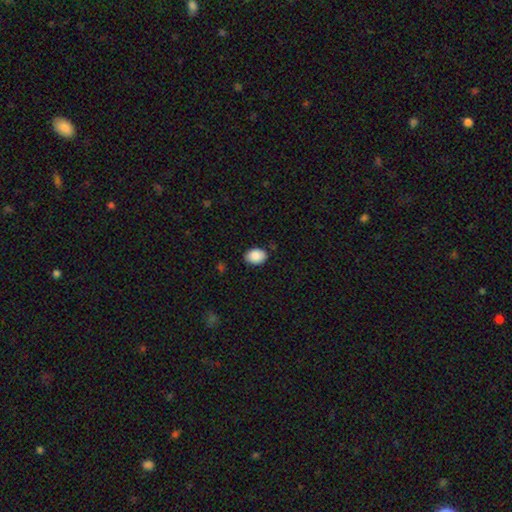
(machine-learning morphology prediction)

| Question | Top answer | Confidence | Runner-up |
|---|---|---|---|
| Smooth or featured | smooth | 89% | star or artifact (7%) |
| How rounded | in between | 78% | round (21%) |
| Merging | none | 84% | minor disturbance (12%) |